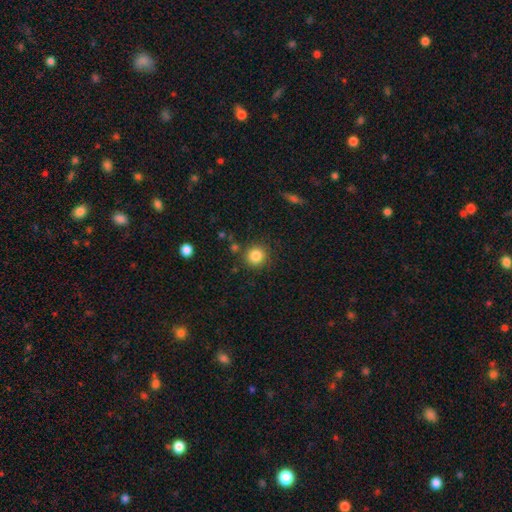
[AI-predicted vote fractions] Smooth or featured: smooth — 85% (star or artifact — 10%)
How rounded: round — 92% (in between — 7%)
Merging: none — 86% (minor disturbance — 8%)